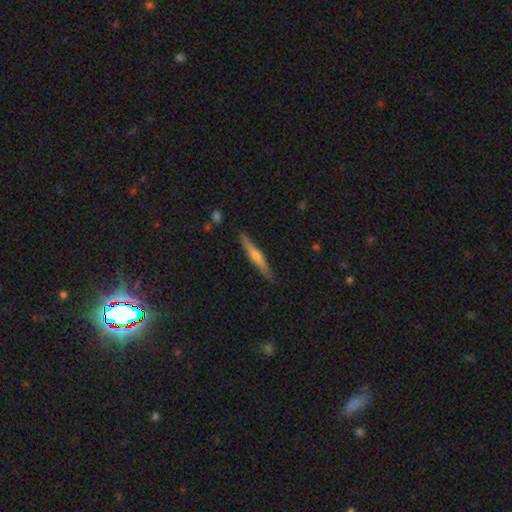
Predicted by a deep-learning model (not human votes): The model was most divided on "smooth or featured": featured or disk: 63%, smooth: 30%, star or artifact: 7%. More confident: edge-on disk — yes (97%); merging — none (89%); edge-on bulge — rounded (78%).